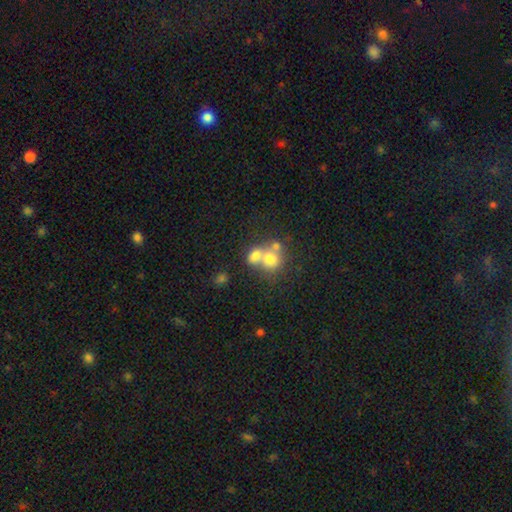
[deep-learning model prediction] A smooth galaxy with no disk features (69%) that is round (66%).

Vote fractions:
- Smooth or featured? smooth: 69% / featured or disk: 19% / star or artifact: 12%
- How rounded? round: 66% / in between: 32% / cigar-shaped: 1%
- Merging? merger: 63% / none: 26% / minor disturbance: 7% / major disturbance: 4%